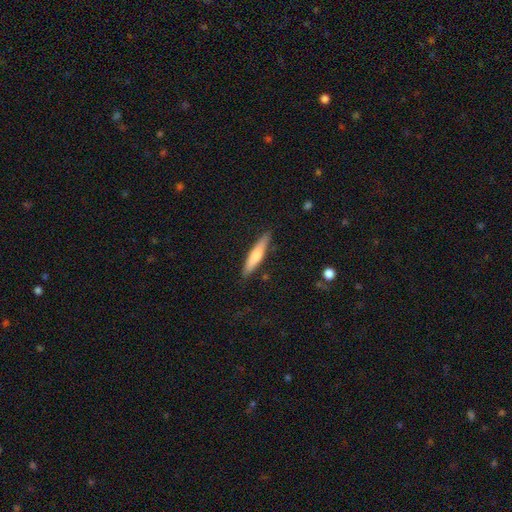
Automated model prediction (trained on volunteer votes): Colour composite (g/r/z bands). It shows a smooth galaxy with no disk features (66%) that is cigar-shaped (86%). Merging: none (85%).